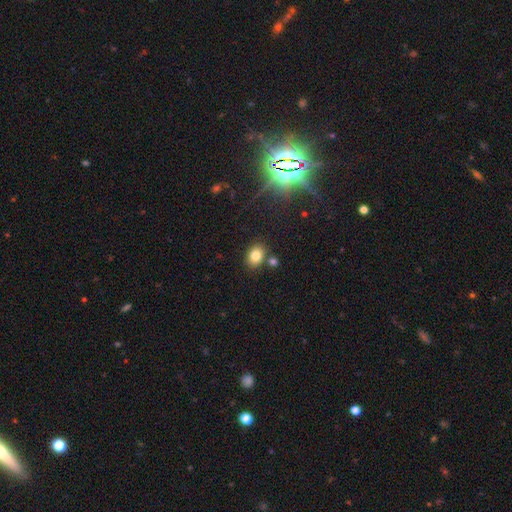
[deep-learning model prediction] Smooth or featured? smooth (81%)
How rounded? in between (62%)
Merging? none (77%)